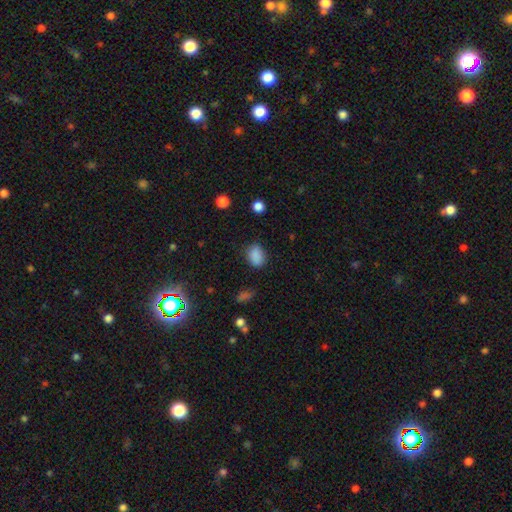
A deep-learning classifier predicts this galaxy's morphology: A smooth galaxy with no disk features (86%) that is in between round and cigar-shaped (74%). Merging: none (79%).